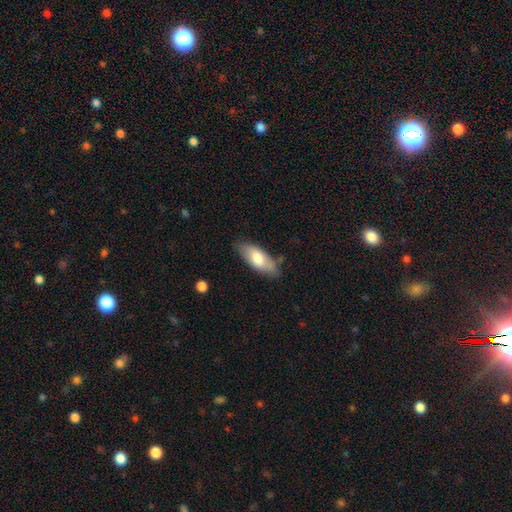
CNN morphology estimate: smooth-or-featured: smooth: 70% | featured or disk: 24% | star or artifact: 6%
  how-rounded: in between: 80% | cigar-shaped: 18% | round: 2%
  merging: none: 76% | minor disturbance: 18% | major disturbance: 3% | merger: 2%